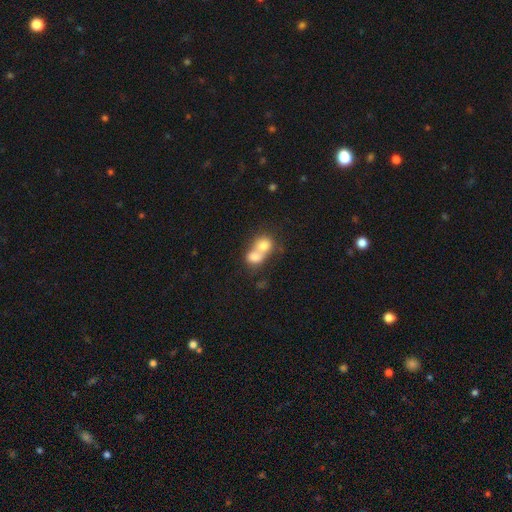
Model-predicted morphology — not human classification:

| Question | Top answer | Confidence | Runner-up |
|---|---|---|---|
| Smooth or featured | smooth | 73% | featured or disk (18%) |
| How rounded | round | 58% | in between (41%) |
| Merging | merger | 77% | none (16%) |